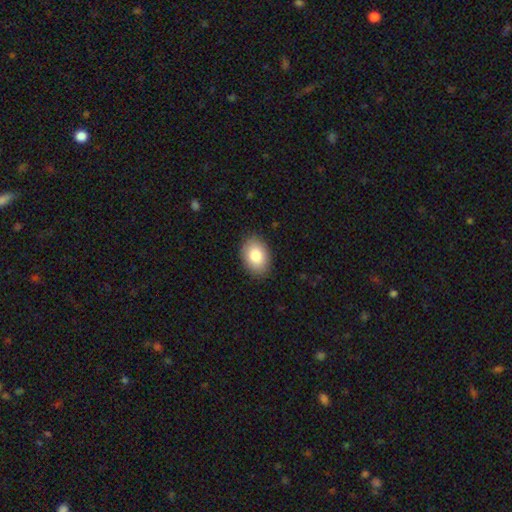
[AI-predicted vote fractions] Smooth or featured? Predicted: smooth (p=0.83). How rounded? Predicted: in between (p=0.81). Merging? Predicted: none (p=0.87).